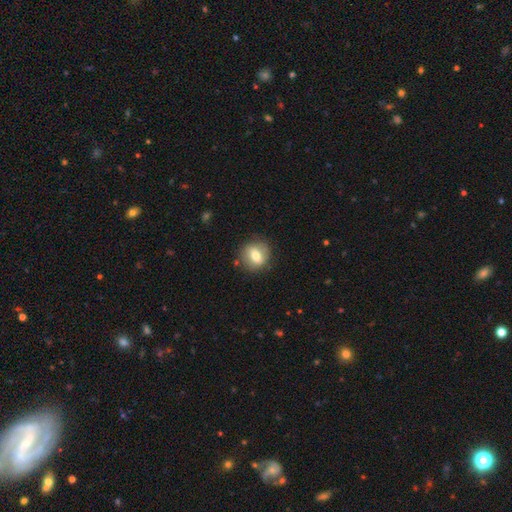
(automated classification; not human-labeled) Smooth or featured: smooth — 65% (featured or disk — 27%)
How rounded: round — 78% (in between — 21%)
Merging: none — 81% (minor disturbance — 13%)